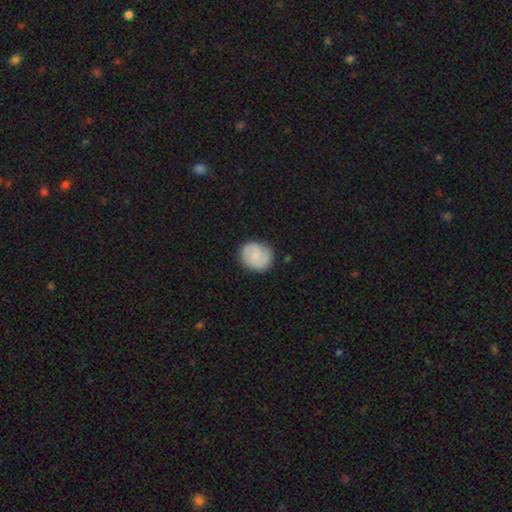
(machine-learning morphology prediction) Smooth or featured: smooth — 54% (featured or disk — 40%)
How rounded: round — 77% (in between — 22%)
Merging: none — 81% (minor disturbance — 14%)